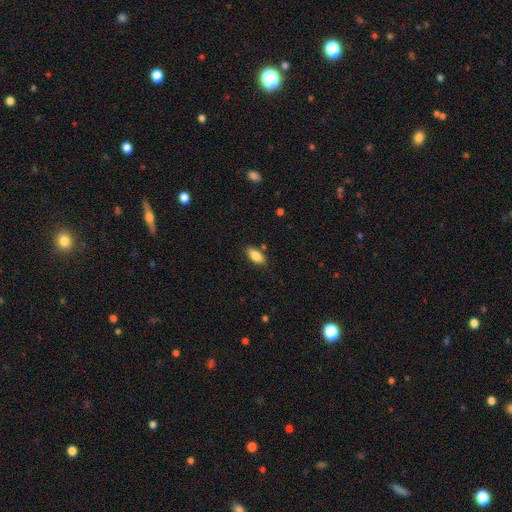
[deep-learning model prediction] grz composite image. It shows a smooth galaxy with no disk features (87%) that is in between round and cigar-shaped (87%). Merging: none (83%).